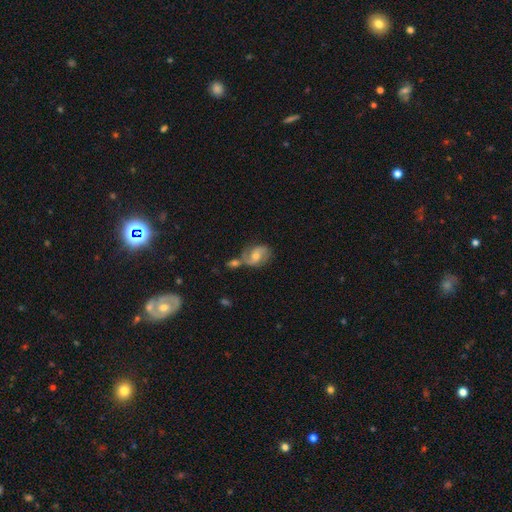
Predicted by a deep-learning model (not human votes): Morphology: type=featured or disk (66%); edge-on=no (97%); bar=no (50%); spiral arms=yes (89%); winding=medium (48%); arm count=2 (80%); bulge=moderate (54%); merging=none (40%).